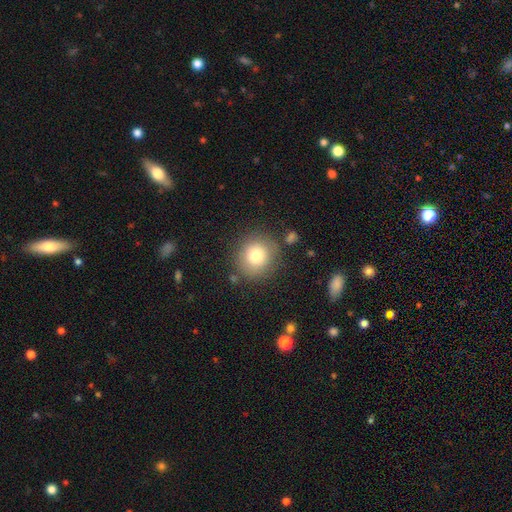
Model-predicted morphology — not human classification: smooth_or_featured: smooth (p=0.78) [alt: featured or disk p=0.11]
how_rounded: round (p=0.90) [alt: in between p=0.09]
merging: none (p=0.82) [alt: minor disturbance p=0.10]